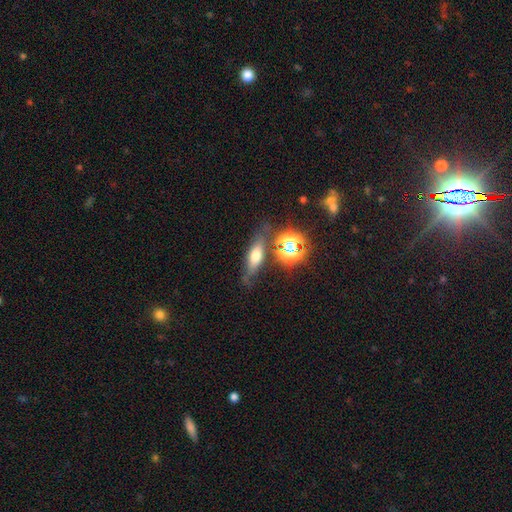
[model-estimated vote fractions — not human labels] smooth-or-featured: smooth: 52% | featured or disk: 31% | star or artifact: 17%
  how-rounded: in between: 46% | cigar-shaped: 44% | round: 10%
  merging: none: 68% | minor disturbance: 17% | merger: 8% | major disturbance: 7%